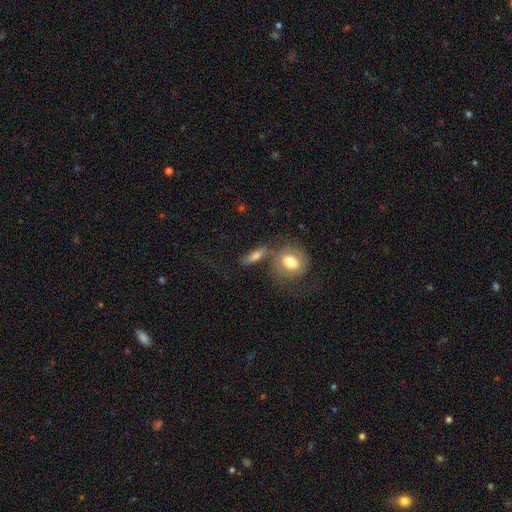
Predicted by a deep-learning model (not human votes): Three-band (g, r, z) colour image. It shows a smooth galaxy with no disk features (67%) that is in between round and cigar-shaped (63%). Merging: none (44%).